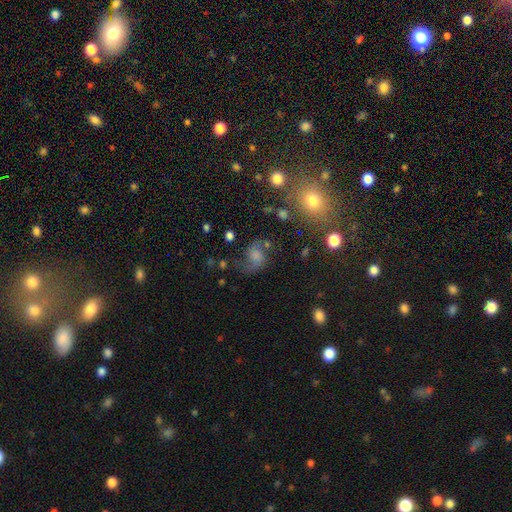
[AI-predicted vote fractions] A featured or disk galaxy (60%) with no bar (64%), 2 (86%) loose (61%) spiral arms (91%) and no central bulge (29%).

Vote fractions:
- Smooth or featured? featured or disk: 60% / smooth: 26% / star or artifact: 14%
- Edge-on disk? no: 97% / yes: 3%
- Bar? no: 64% / weak: 31% / strong: 5%
- Spiral arms? yes: 91% / no: 9%
- Spiral winding? loose: 61% / medium: 32% / tight: 6%
- Spiral arm count? 2: 86% / 1: 7% / can't tell: 4% / 3: 1% / 4: 1% / more than 4: 1%
- Bulge size? none: 29% / moderate: 28% / small: 21% / large: 18% / dominant: 4%
- Merging? none: 56% / minor disturbance: 20% / major disturbance: 18% / merger: 5%